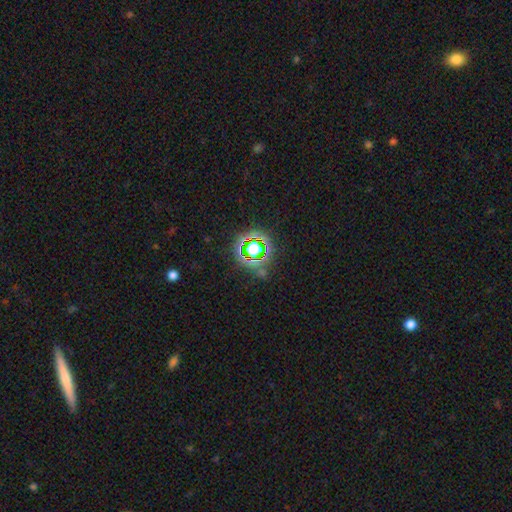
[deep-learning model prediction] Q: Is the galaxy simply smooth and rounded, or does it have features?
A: star or artifact — 77%.